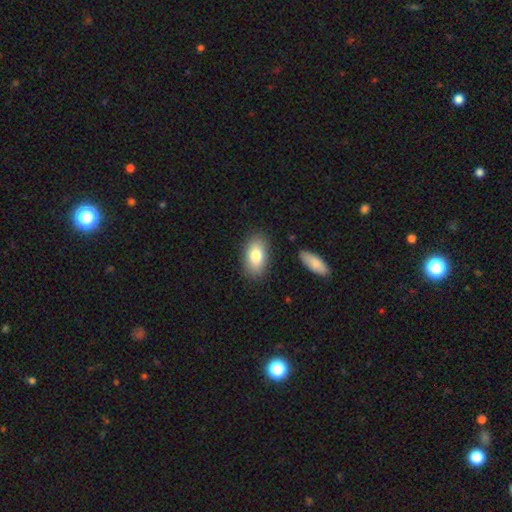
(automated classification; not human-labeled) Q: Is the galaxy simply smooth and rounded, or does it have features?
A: smooth — 78%.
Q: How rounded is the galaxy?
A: in between — 91%.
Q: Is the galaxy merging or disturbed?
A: none — 85%.